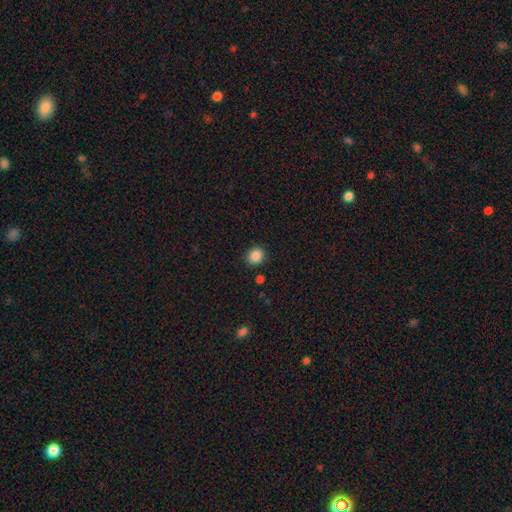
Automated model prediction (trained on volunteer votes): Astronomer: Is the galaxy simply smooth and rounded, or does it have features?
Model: smooth — 87%.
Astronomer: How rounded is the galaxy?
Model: round — 76%.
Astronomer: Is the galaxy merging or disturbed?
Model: none — 88%.